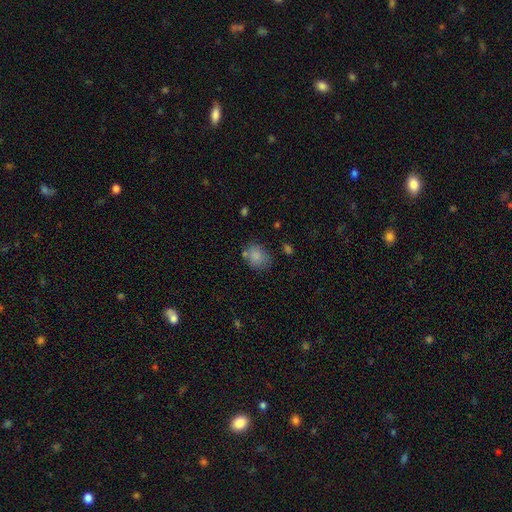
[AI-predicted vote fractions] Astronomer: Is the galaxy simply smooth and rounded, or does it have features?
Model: smooth — 82%.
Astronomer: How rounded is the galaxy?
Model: round — 51% (runner-up: in between, 48%).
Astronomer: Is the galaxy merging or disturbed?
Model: none — 64%.